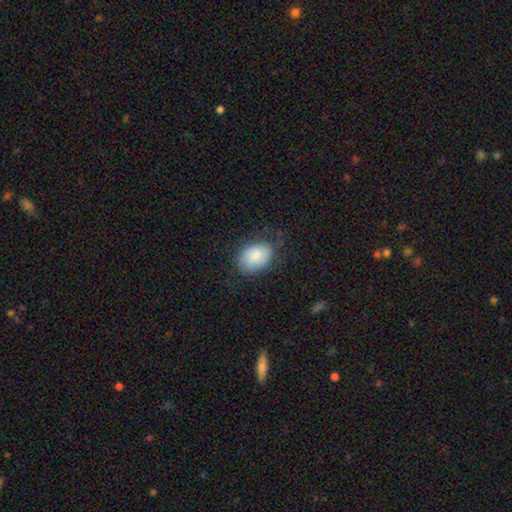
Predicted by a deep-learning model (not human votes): This appears to be a smooth galaxy with no disk features (81%) that is in between round and cigar-shaped (83%). Merging: none (67%).